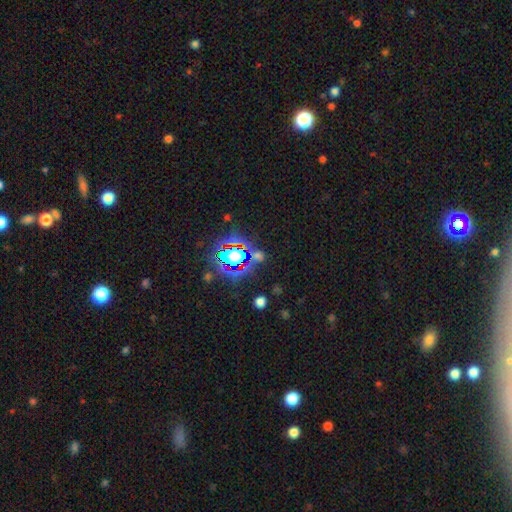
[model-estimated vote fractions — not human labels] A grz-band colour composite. It shows a star or artifact, not a galaxy (73%).